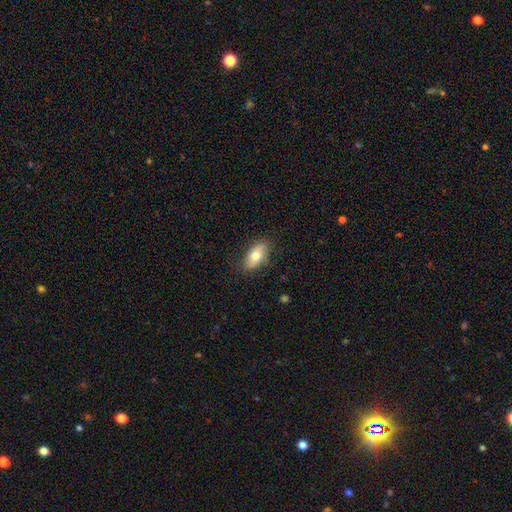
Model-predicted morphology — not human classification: smooth_or_featured: smooth (p=0.72) [alt: featured or disk p=0.21]
how_rounded: in between (p=0.90) [alt: cigar-shaped p=0.05]
merging: none (p=0.81) [alt: minor disturbance p=0.15]